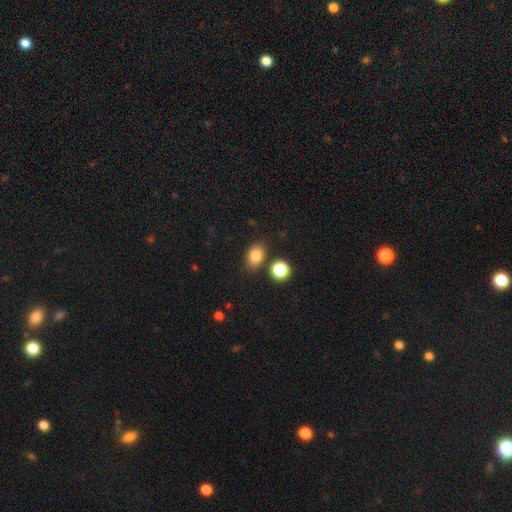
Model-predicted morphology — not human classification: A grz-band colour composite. It shows a smooth galaxy with no disk features (83%) that is in between round and cigar-shaped (69%). Merging: none (78%).